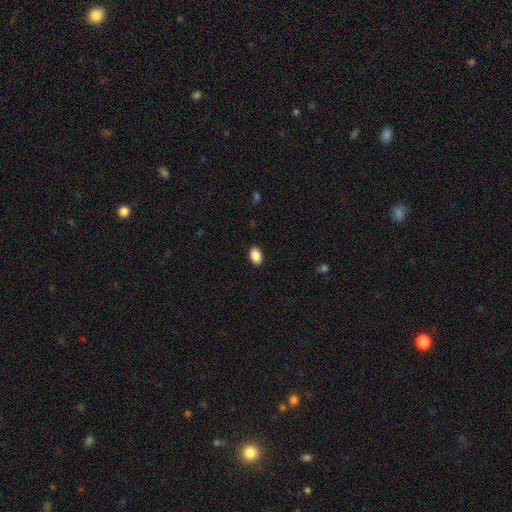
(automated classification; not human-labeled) The model was most divided on "how rounded": in between: 90%, round: 9%, cigar-shaped: 1%. More confident: merging — none (90%); smooth or featured — smooth (89%).